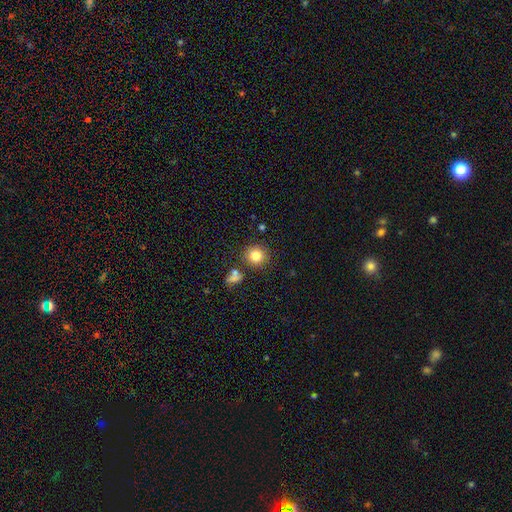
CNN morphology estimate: type=smooth (82%); roundness=round (90%); merging=none (81%).